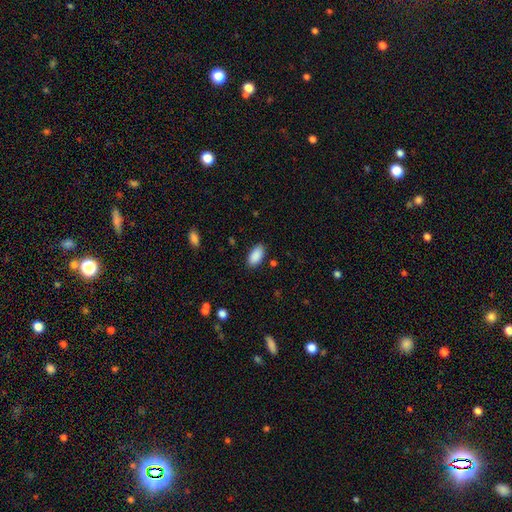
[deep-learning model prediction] Smooth or featured? smooth (90%)
How rounded? in between (94%)
Merging? none (86%)